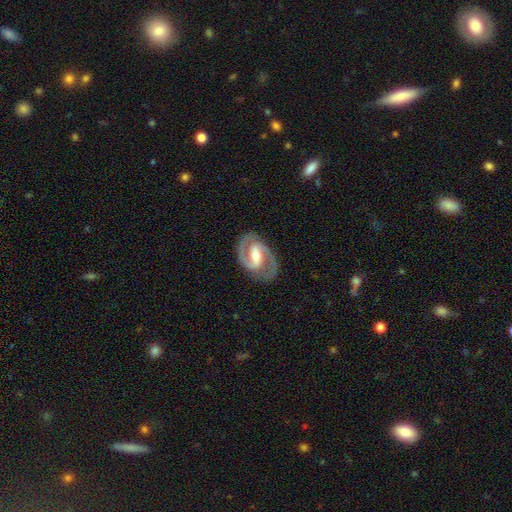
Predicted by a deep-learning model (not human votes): A featured or disk galaxy (92%) with a strong bar (49%), 2 (94%) medium (56%) spiral arms (98%) and a moderate central bulge (61%). Merging: none (85%).